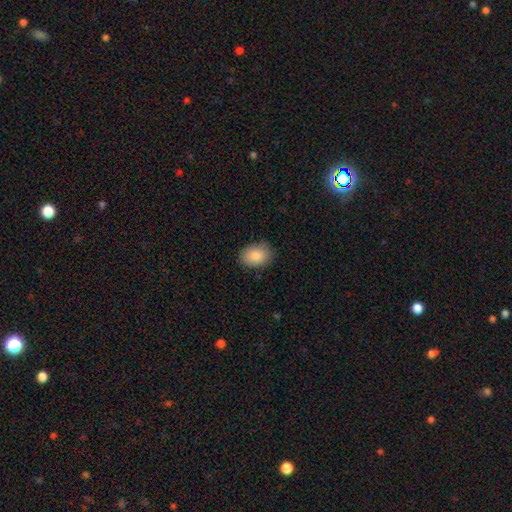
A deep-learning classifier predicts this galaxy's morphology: A smooth galaxy with no disk features (87%) that is in between round and cigar-shaped (80%). Merging: none (83%).